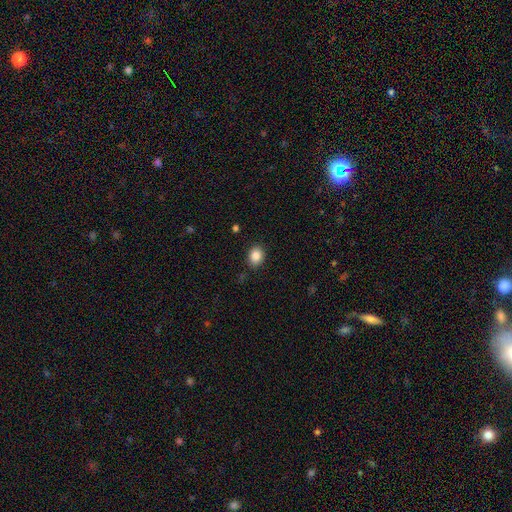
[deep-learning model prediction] smooth_or_featured: smooth (p=0.86) [alt: star or artifact p=0.09]
how_rounded: round (p=0.52) [alt: in between p=0.47]
merging: none (p=0.88) [alt: minor disturbance p=0.08]